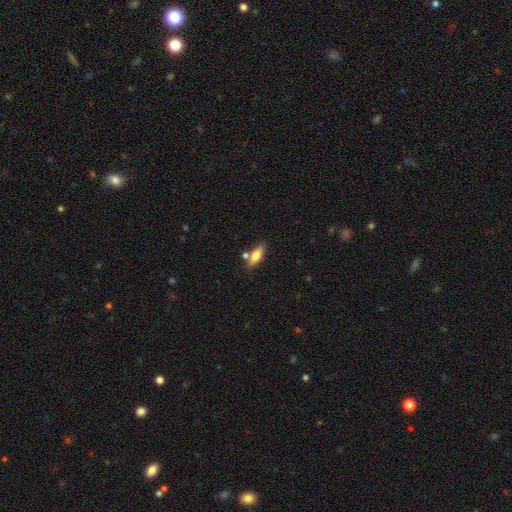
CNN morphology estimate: smooth-or-featured: smooth: 74% | featured or disk: 19% | star or artifact: 7%
  how-rounded: in between: 63% | cigar-shaped: 34% | round: 3%
  merging: none: 70% | merger: 14% | minor disturbance: 13% | major disturbance: 3%